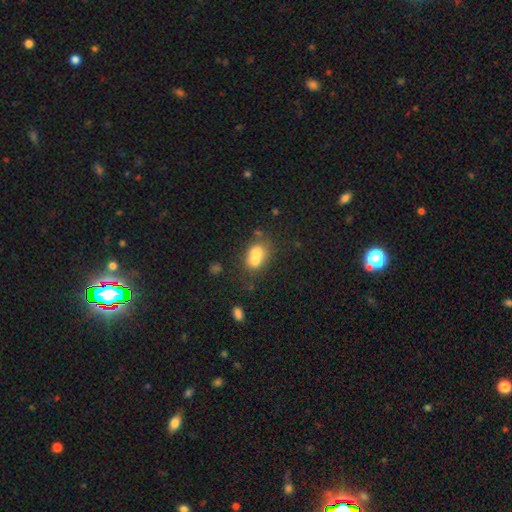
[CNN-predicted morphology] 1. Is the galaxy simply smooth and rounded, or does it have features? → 67% smooth, 22% featured or disk, 11% star or artifact.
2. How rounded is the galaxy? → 62% in between, 37% round, 2% cigar-shaped.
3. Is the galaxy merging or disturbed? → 56% merger, 28% none, 11% minor disturbance, 6% major disturbance.